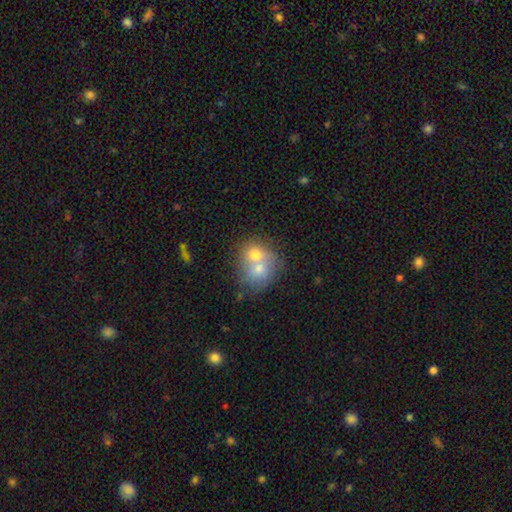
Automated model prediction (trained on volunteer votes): Q: Smooth or featured?
A: smooth (65%); runner-up: featured or disk (26%)
Q: How rounded?
A: round (68%); runner-up: in between (31%)
Q: Merging?
A: merger (70%); runner-up: none (21%)